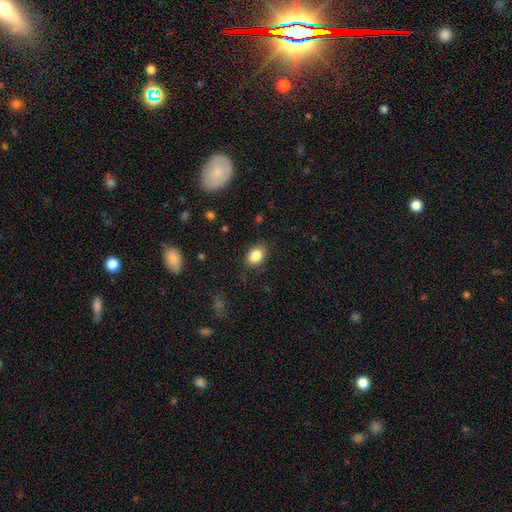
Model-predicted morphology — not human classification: This is clearly a smooth galaxy (85%). How rounded: likely in between (78%). Merging: clearly none (82%).